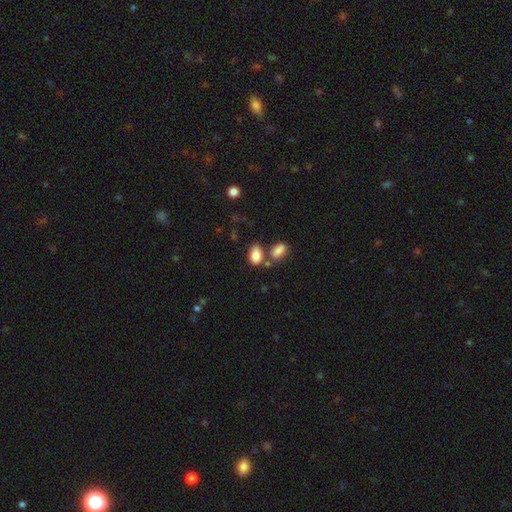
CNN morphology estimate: Q: Smooth or featured?
A: smooth (85%); runner-up: star or artifact (8%)
Q: How rounded?
A: in between (90%); runner-up: round (8%)
Q: Merging?
A: none (50%); runner-up: merger (31%)